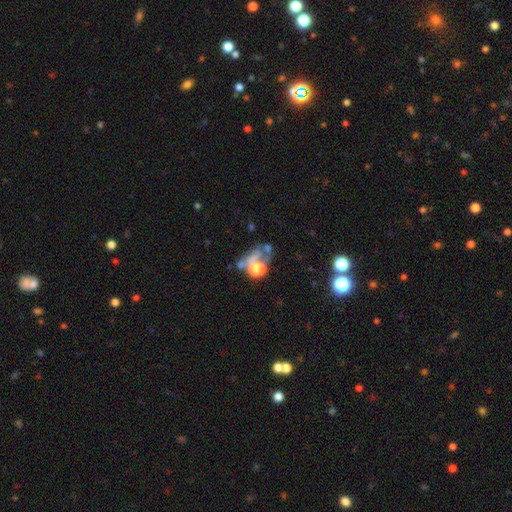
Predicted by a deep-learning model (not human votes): A star or artifact, not a galaxy (36%).

Vote fractions:
- Smooth or featured? star or artifact: 36% / featured or disk: 32% / smooth: 32%